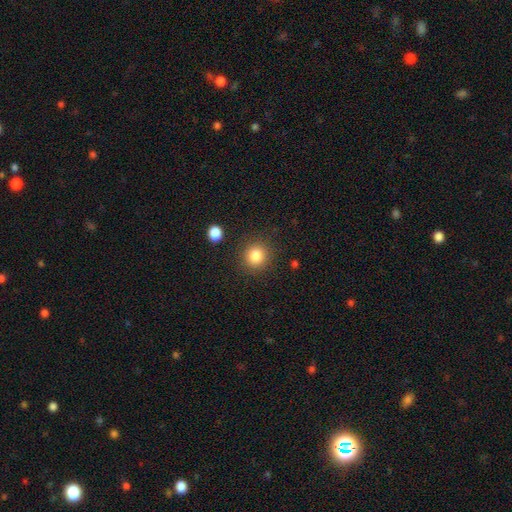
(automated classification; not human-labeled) smooth 83%, star or artifact 11%, featured or disk 6%. Down the decision tree: how rounded — round (88%); merging — none (87%).